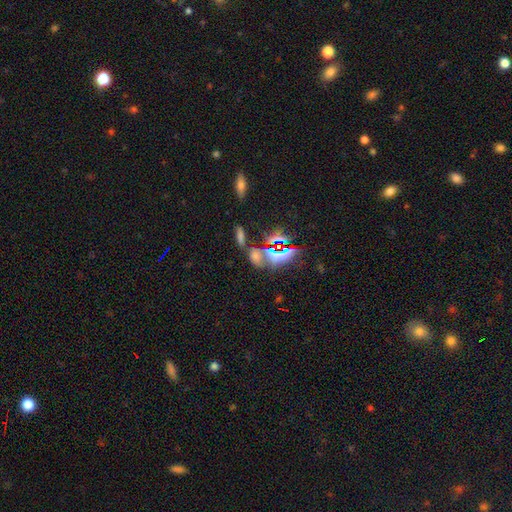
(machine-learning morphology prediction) This is marginally a smooth galaxy (44%, tied with star or artifact). Merging: possibly none (50%).